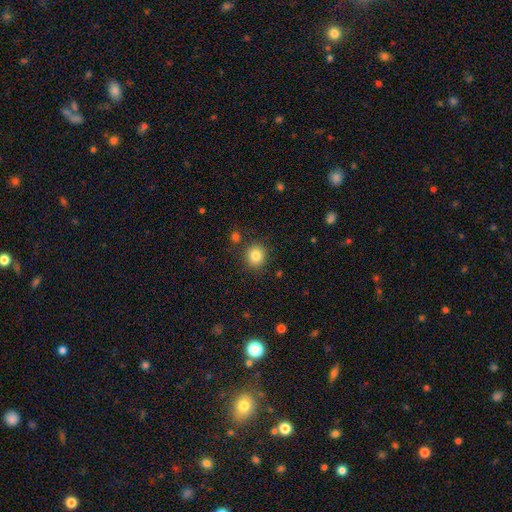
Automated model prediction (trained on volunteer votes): Q: Smooth or featured?
A: smooth (84%); runner-up: star or artifact (11%)
Q: How rounded?
A: round (86%); runner-up: in between (13%)
Q: Merging?
A: none (86%); runner-up: minor disturbance (8%)